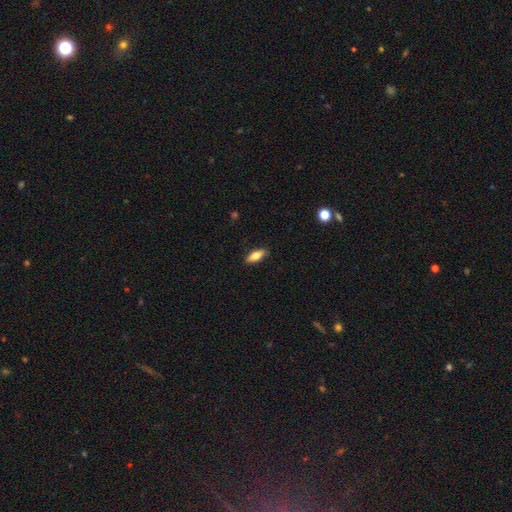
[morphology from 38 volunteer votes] smooth_or_featured: smooth (p=0.79) [alt: featured or disk p=0.11]
how_rounded: in between (p=0.90) [alt: cigar-shaped p=0.10]
merging: none (p=0.88) [alt: minor disturbance p=0.09]